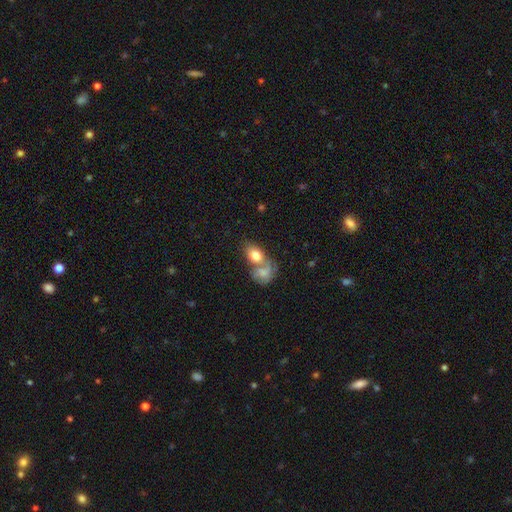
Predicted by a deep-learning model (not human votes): Smooth or featured?
  - smooth: 73% *
  - featured or disk: 19%
  - star or artifact: 8%
How rounded?
  - in between: 77% *
  - round: 21%
  - cigar-shaped: 2%
Merging?
  - merger: 57% *
  - none: 27%
  - minor disturbance: 10%
  - major disturbance: 7%